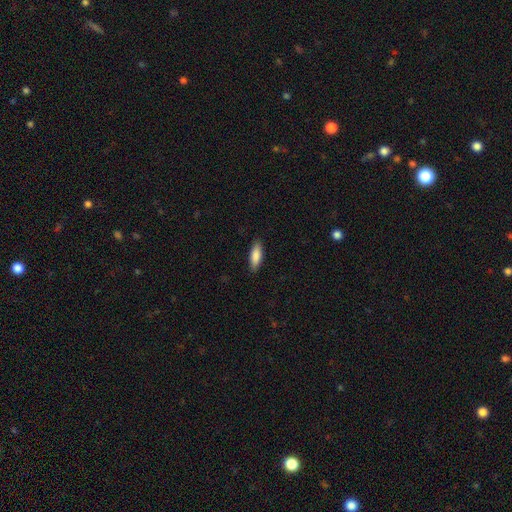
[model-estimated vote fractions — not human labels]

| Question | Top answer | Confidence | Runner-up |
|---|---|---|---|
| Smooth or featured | smooth | 86% | featured or disk (8%) |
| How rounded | in between | 61% | cigar-shaped (37%) |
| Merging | none | 87% | minor disturbance (10%) |